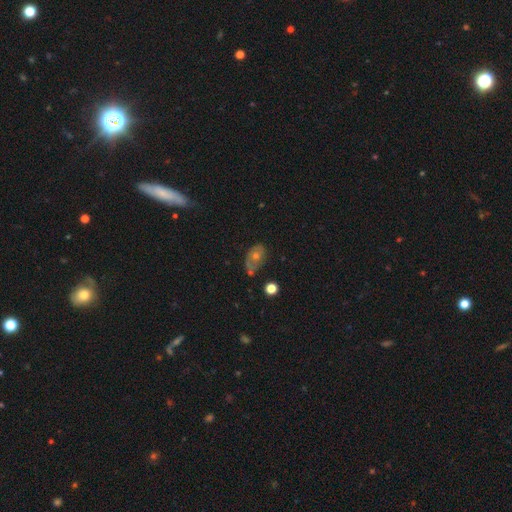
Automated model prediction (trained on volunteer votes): Smooth or featured?
  - smooth: 44% *
  - featured or disk: 40%
  - star or artifact: 16%
Merging?
  - none: 45% *
  - minor disturbance: 30%
  - major disturbance: 17%
  - merger: 8%